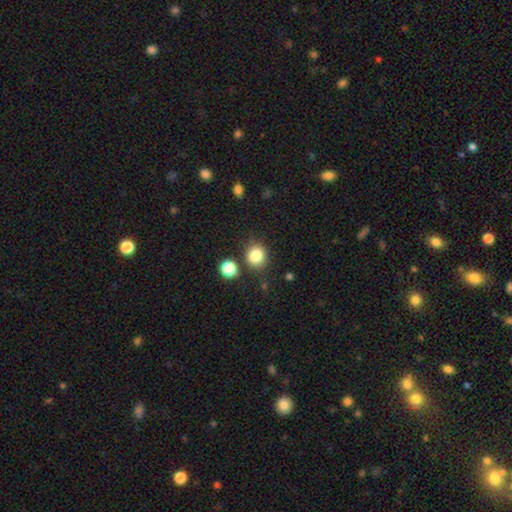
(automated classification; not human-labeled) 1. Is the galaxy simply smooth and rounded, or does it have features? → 83% smooth, 11% star or artifact, 5% featured or disk.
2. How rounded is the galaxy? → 74% round, 25% in between, 1% cigar-shaped.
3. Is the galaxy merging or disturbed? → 78% none, 11% minor disturbance, 7% merger, 4% major disturbance.